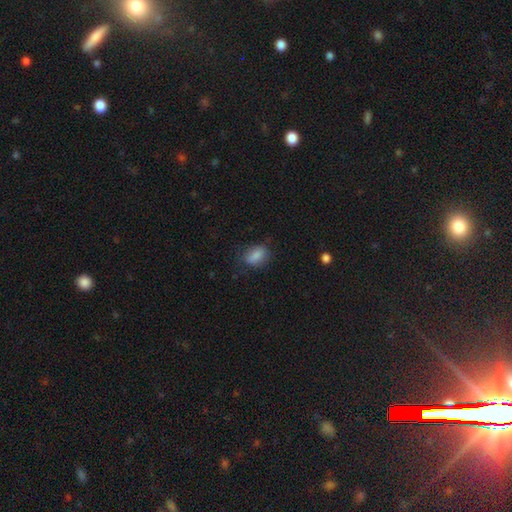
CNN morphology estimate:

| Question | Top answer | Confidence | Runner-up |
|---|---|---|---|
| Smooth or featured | smooth | 84% | star or artifact (8%) |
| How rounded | in between | 79% | round (18%) |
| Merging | none | 70% | minor disturbance (22%) |